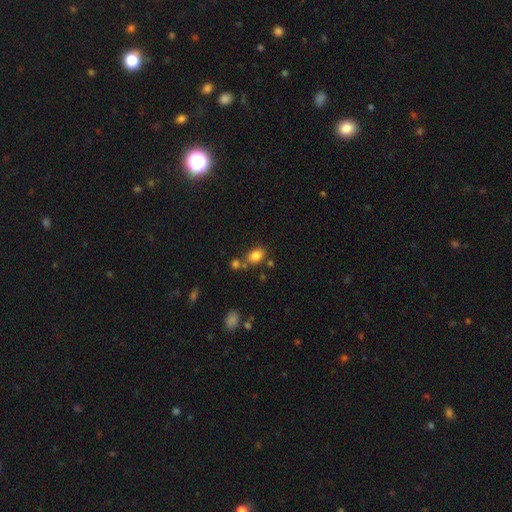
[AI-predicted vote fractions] Smooth or featured: smooth — 82% (star or artifact — 11%)
How rounded: in between — 75% (round — 24%)
Merging: none — 60% (merger — 21%)